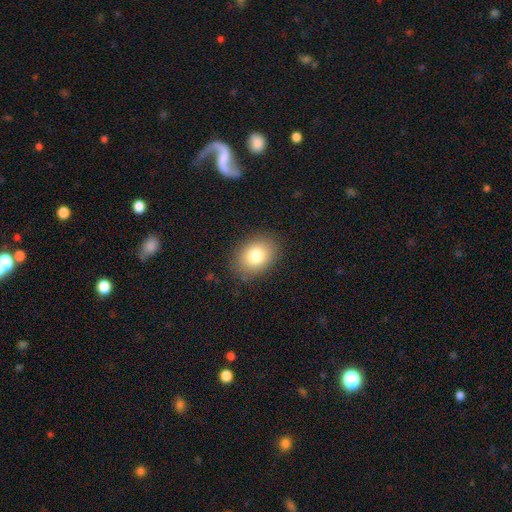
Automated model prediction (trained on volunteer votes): smooth_or_featured: smooth (p=0.81) [alt: featured or disk p=0.10]
how_rounded: in between (p=0.67) [alt: round p=0.32]
merging: none (p=0.85) [alt: minor disturbance p=0.10]